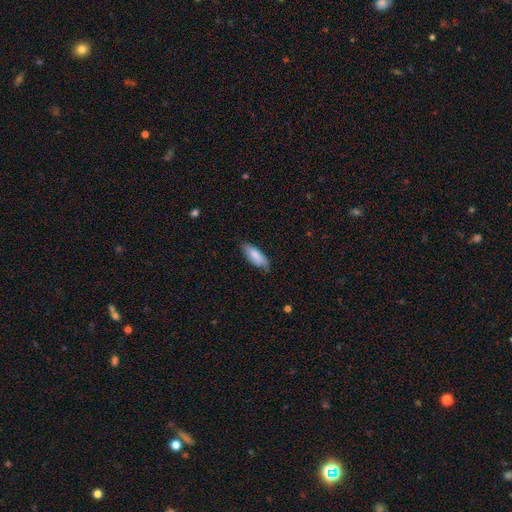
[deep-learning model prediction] This is clearly a smooth galaxy (83%). How rounded: likely in between (70%). Merging: likely none (76%).